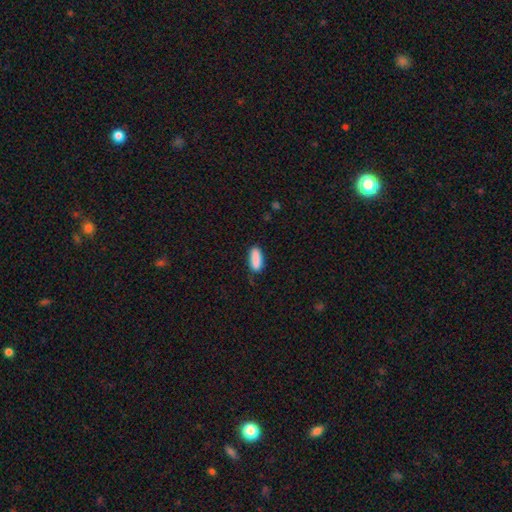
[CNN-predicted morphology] The model was most divided on "how rounded": in between: 68%, cigar-shaped: 30%, round: 2%. More confident: smooth or featured — smooth (88%); merging — none (79%).